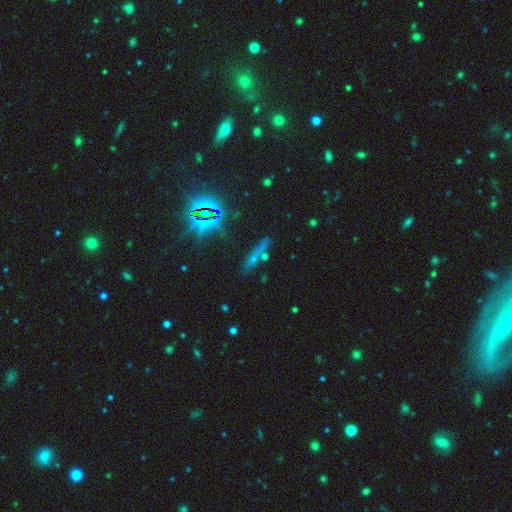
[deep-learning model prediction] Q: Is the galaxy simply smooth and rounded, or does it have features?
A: star or artifact — 40%.